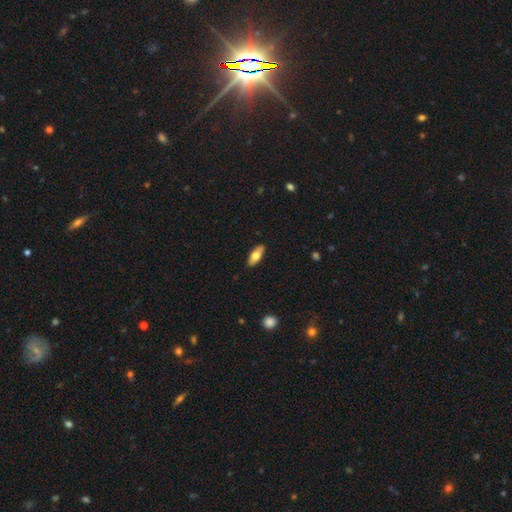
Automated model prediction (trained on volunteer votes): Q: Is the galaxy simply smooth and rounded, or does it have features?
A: smooth — 63%.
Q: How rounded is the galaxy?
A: in between — 73%.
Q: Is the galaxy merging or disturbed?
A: none — 89%.